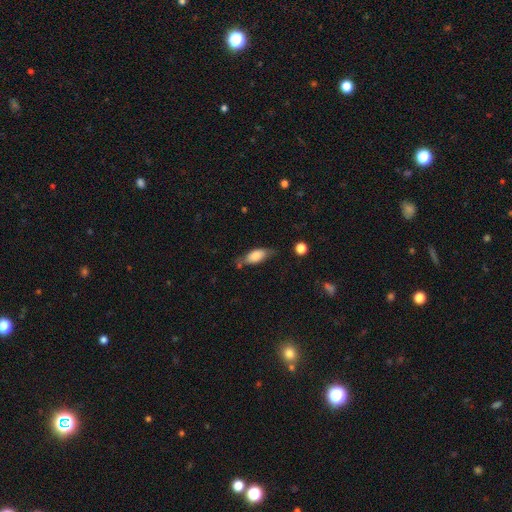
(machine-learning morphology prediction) smooth-or-featured: smooth: 75% | featured or disk: 18% | star or artifact: 7%
  how-rounded: in between: 80% | cigar-shaped: 17% | round: 3%
  merging: none: 58% | minor disturbance: 27% | major disturbance: 9% | merger: 6%